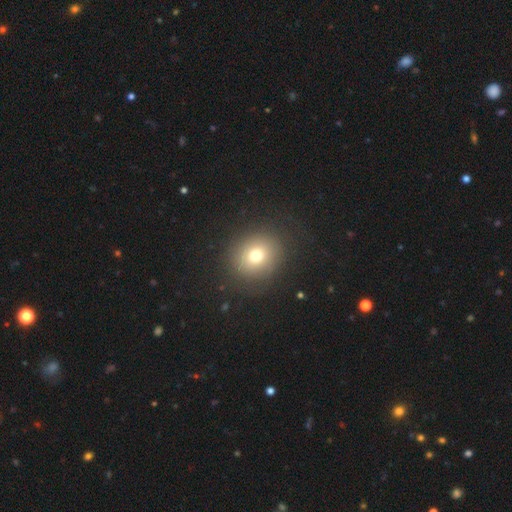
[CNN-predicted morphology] smooth-or-featured: smooth: 74% | star or artifact: 15% | featured or disk: 12%
  how-rounded: round: 79% | in between: 21% | cigar-shaped: 1%
  merging: none: 85% | minor disturbance: 9% | major disturbance: 5% | merger: 1%